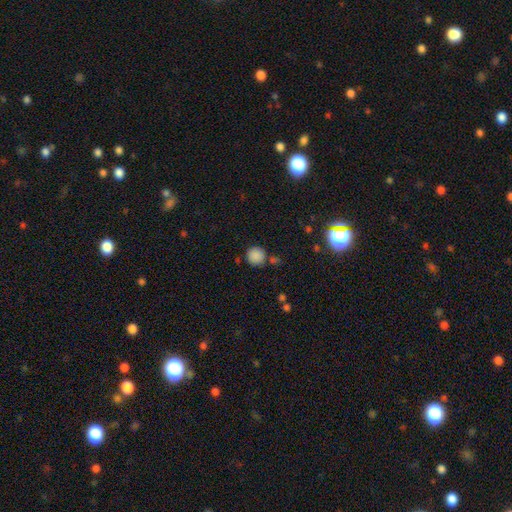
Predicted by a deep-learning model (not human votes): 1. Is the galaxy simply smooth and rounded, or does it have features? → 85% smooth, 11% star or artifact, 4% featured or disk.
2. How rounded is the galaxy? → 93% round, 6% in between, 1% cigar-shaped.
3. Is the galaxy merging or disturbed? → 79% none, 11% minor disturbance, 7% merger, 3% major disturbance.